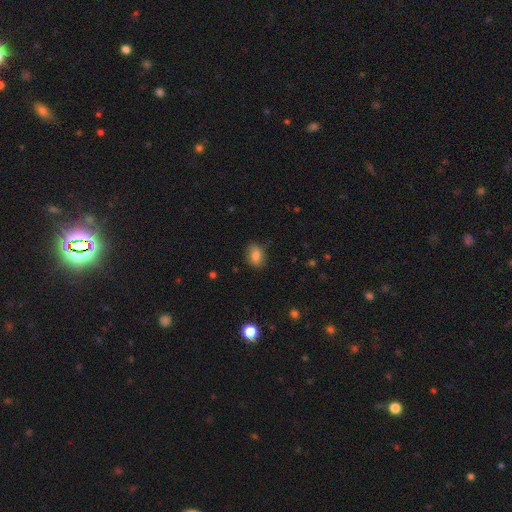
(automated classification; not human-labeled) Morphology: type=smooth (77%); roundness=in between (64%); merging=none (77%).